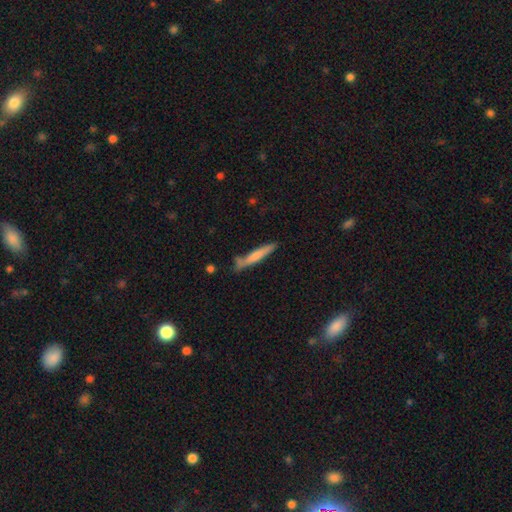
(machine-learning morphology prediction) Overall: smooth (63%; featured or disk 31%). How rounded: cigar-shaped (93%). Merging: none (73%).